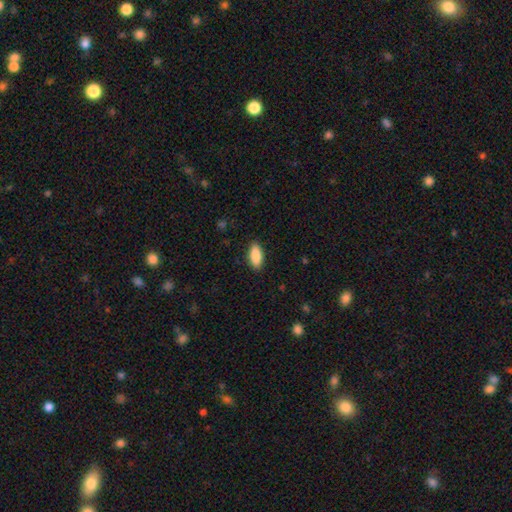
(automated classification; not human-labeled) The model was most divided on "how rounded": in between: 88%, cigar-shaped: 10%, round: 2%. More confident: smooth or featured — smooth (89%); merging — none (88%).